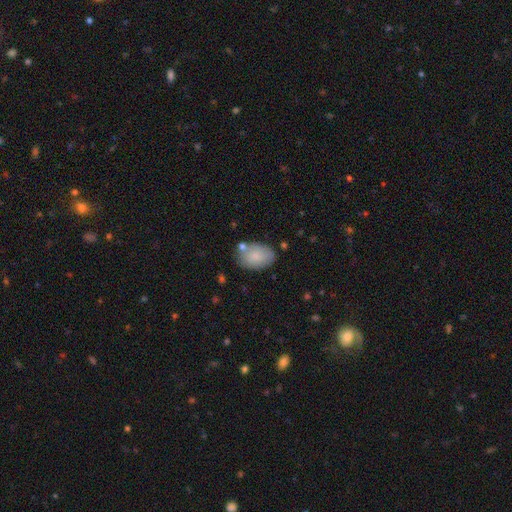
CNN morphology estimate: This appears to be a smooth galaxy with no disk features (84%) that is in between round and cigar-shaped (86%). Merging: none (71%).